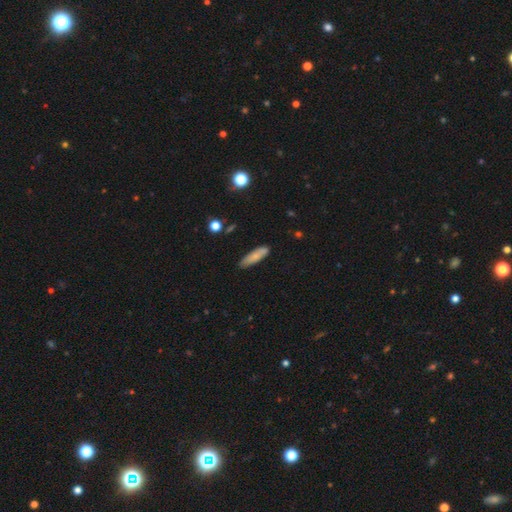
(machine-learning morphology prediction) smooth_or_featured: smooth (p=0.76) [alt: featured or disk p=0.17]
how_rounded: cigar-shaped (p=0.57) [alt: in between p=0.41]
merging: none (p=0.76) [alt: minor disturbance p=0.18]